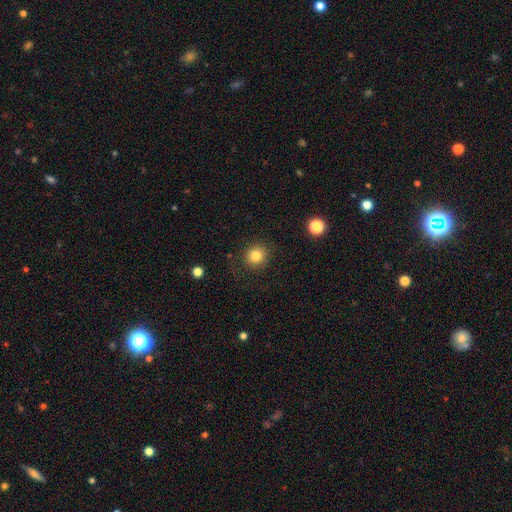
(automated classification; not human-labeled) This appears to be a smooth galaxy with no disk features (82%) that is round (90%). Merging: none (86%).